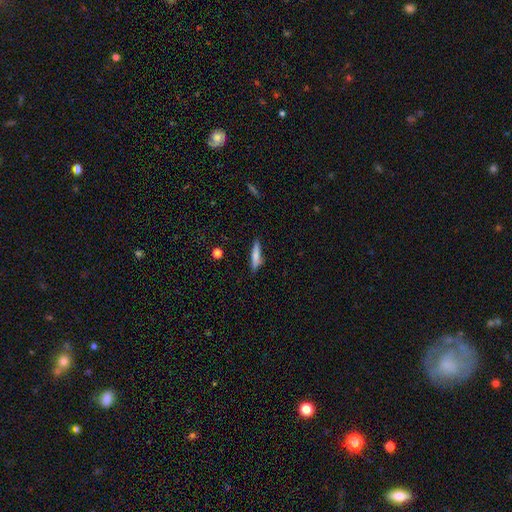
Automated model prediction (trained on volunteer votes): Q: Smooth or featured?
A: smooth (70%); runner-up: featured or disk (23%)
Q: How rounded?
A: cigar-shaped (85%); runner-up: in between (14%)
Q: Merging?
A: none (82%); runner-up: minor disturbance (13%)